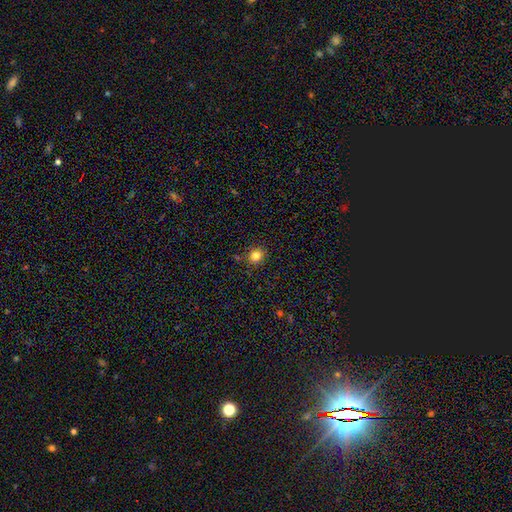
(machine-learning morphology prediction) A smooth galaxy with no disk features (81%) that is round (81%). Merging: none (85%).